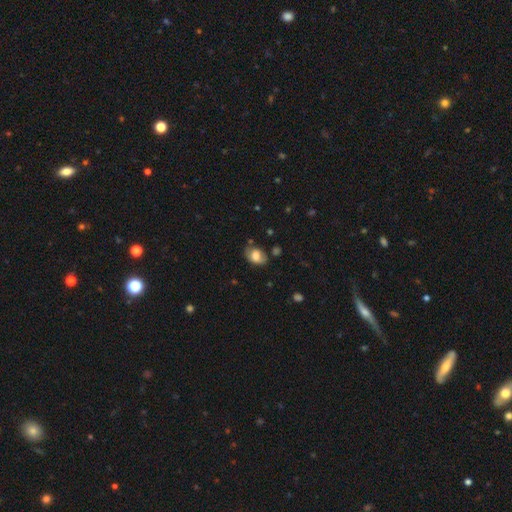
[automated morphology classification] smooth_or_featured: smooth (p=0.72) [alt: featured or disk p=0.19]
how_rounded: in between (p=0.81) [alt: round p=0.17]
merging: none (p=0.63) [alt: minor disturbance p=0.26]